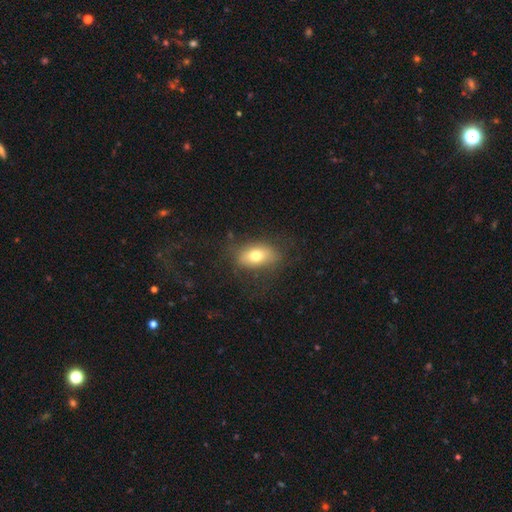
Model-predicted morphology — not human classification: smooth_or_featured: smooth (p=0.72) [alt: featured or disk p=0.19]
how_rounded: in between (p=0.85) [alt: round p=0.12]
merging: none (p=0.73) [alt: minor disturbance p=0.17]